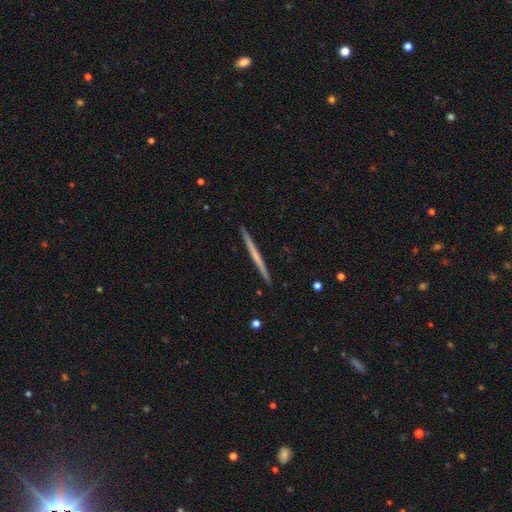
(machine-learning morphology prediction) This is possibly a featured or disk galaxy (54%). It is clearly viewed edge-on (98%). Edge-on bulge: clearly none (89%). Merging: clearly none (93%).